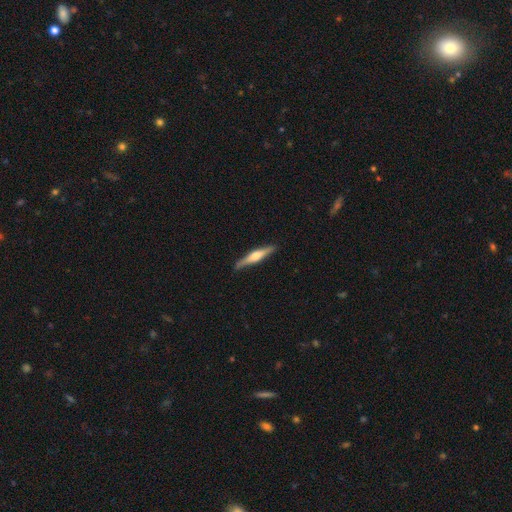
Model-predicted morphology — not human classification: Smooth or featured? Predicted: featured or disk (p=0.62). Edge-on disk? Predicted: yes (p=0.97). Edge-on bulge? Predicted: rounded (p=0.77). Merging? Predicted: none (p=0.87).